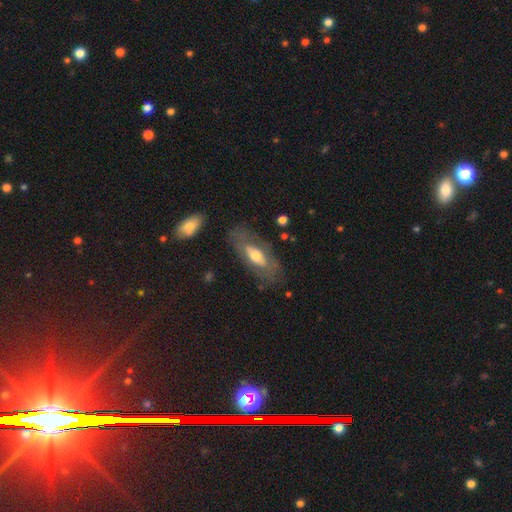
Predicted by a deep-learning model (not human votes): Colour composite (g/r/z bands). It shows a featured or disk galaxy (48%). Merging: none (73%).